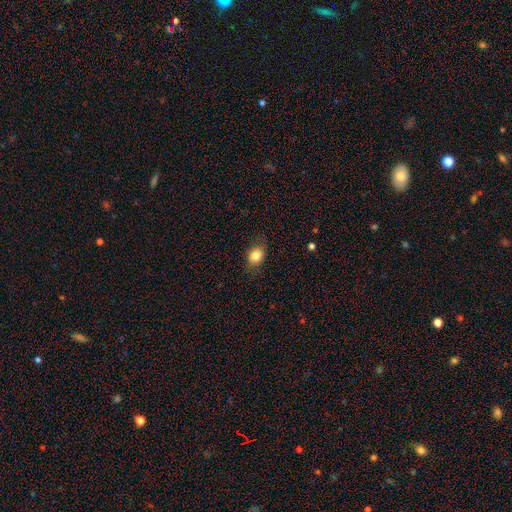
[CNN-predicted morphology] Q: Smooth or featured?
A: smooth (83%); runner-up: star or artifact (9%)
Q: How rounded?
A: in between (62%); runner-up: round (37%)
Q: Merging?
A: none (79%); runner-up: minor disturbance (16%)